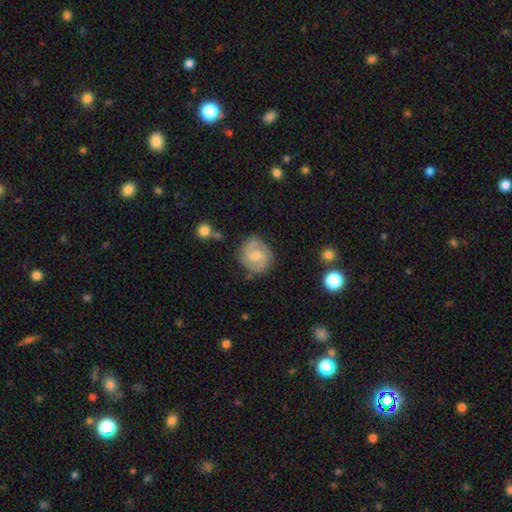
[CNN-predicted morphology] A featured or disk galaxy (72%) with a weak bar (50%), 2 (84%) medium (47%) spiral arms (94%) and a moderate central bulge (50%). Merging: none (77%).